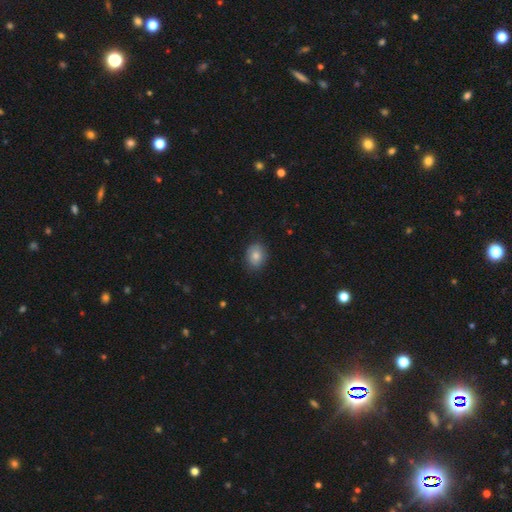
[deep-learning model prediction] A smooth galaxy with no disk features (83%) that is in between round and cigar-shaped (57%).

Vote fractions:
- Smooth or featured? smooth: 83% / featured or disk: 9% / star or artifact: 8%
- How rounded? in between: 57% / round: 42% / cigar-shaped: 1%
- Merging? none: 83% / minor disturbance: 13% / major disturbance: 3% / merger: 1%